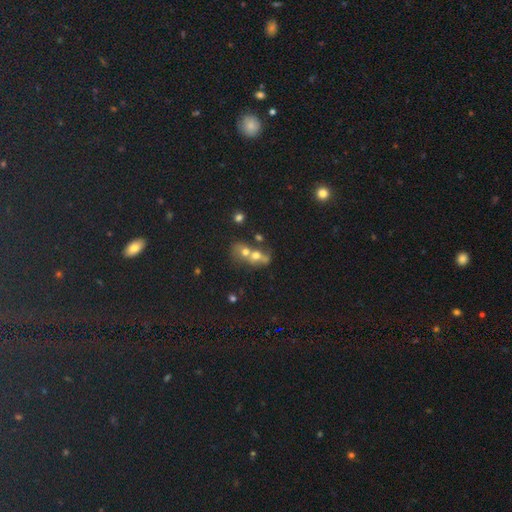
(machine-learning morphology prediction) smooth_or_featured: smooth (p=0.57) [alt: featured or disk p=0.25]
how_rounded: round (p=0.52) [alt: in between p=0.45]
merging: merger (p=0.67) [alt: none p=0.21]